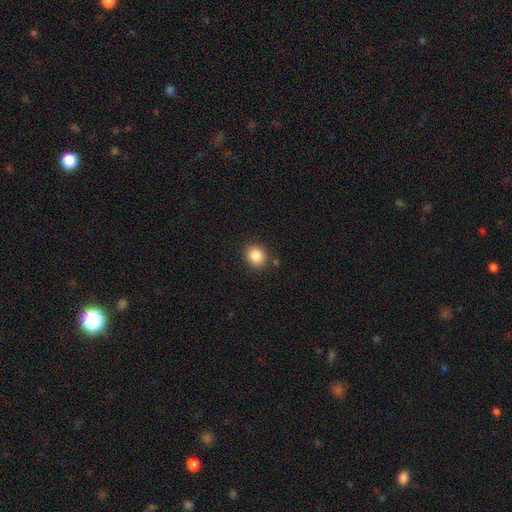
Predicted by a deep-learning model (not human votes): Overall: smooth (86%). How rounded: round (67%; in between 32%). Merging: none (85%).